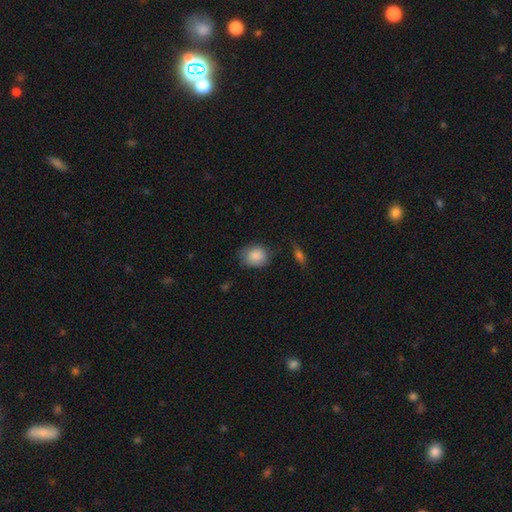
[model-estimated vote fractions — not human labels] Morphology: type=smooth (86%); roundness=round (59%); merging=none (63%).